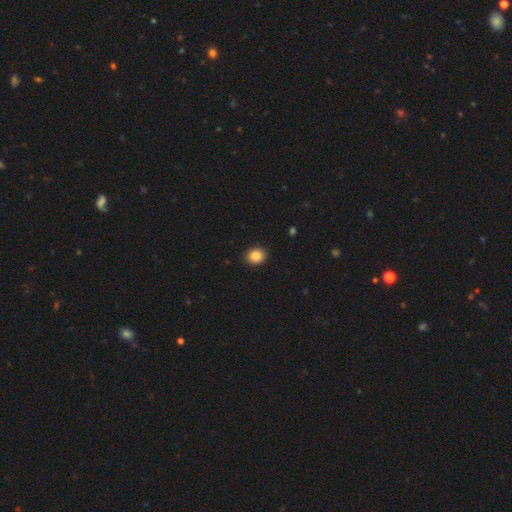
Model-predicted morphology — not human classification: smooth_or_featured: smooth (p=0.87) [alt: star or artifact p=0.09]
how_rounded: round (p=0.66) [alt: in between p=0.33]
merging: none (p=0.91) [alt: minor disturbance p=0.07]